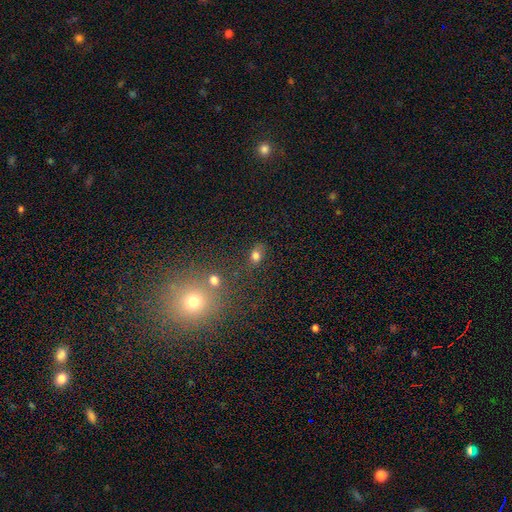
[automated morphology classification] Smooth or featured?
  - smooth: 76% *
  - star or artifact: 16%
  - featured or disk: 8%
How rounded?
  - in between: 67% *
  - round: 31%
  - cigar-shaped: 2%
Merging?
  - none: 65% *
  - minor disturbance: 19%
  - merger: 9%
  - major disturbance: 7%